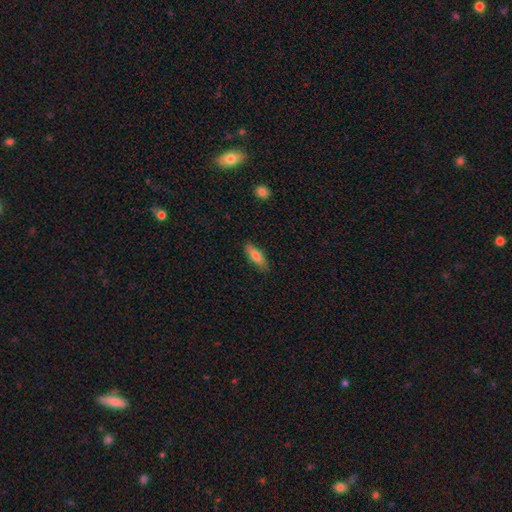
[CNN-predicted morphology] type=smooth (75%); roundness=in between (52%); merging=none (86%).